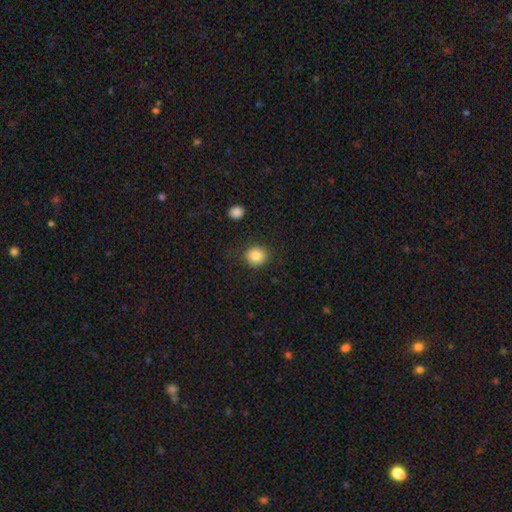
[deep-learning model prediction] Morphology: type=smooth (86%); roundness=round (81%); merging=none (83%).